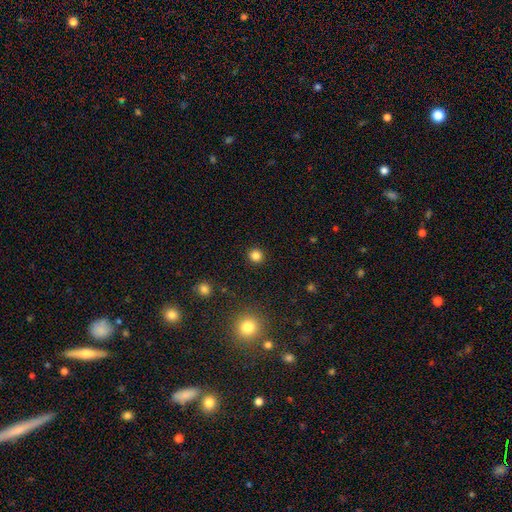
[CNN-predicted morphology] smooth-or-featured: smooth: 82% | star or artifact: 14% | featured or disk: 4%
  how-rounded: round: 92% | in between: 7% | cigar-shaped: 1%
  merging: none: 92% | minor disturbance: 5% | major disturbance: 2% | merger: 1%